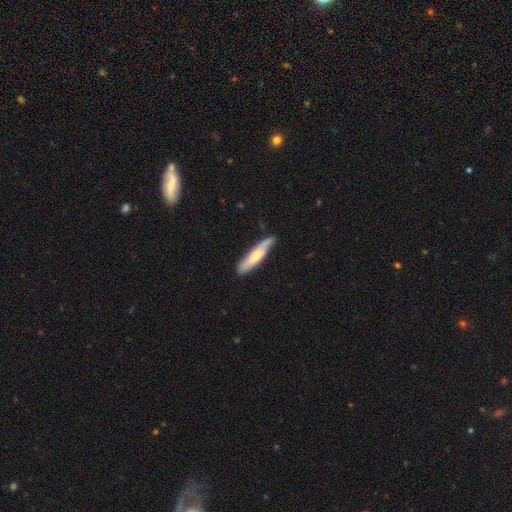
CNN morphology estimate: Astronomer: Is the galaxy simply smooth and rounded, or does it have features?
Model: smooth — 62%.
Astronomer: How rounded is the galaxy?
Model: cigar-shaped — 85%.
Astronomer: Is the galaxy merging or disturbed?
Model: none — 76%.